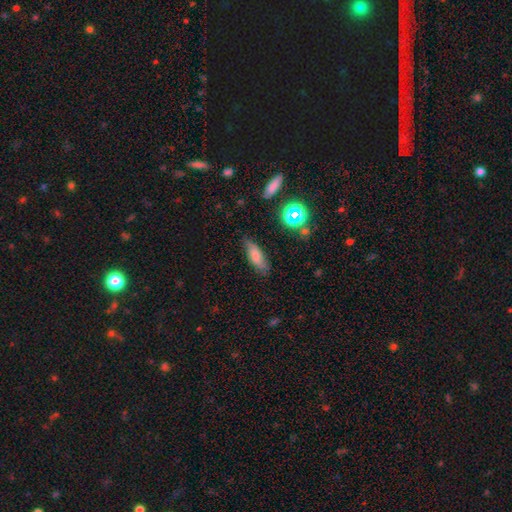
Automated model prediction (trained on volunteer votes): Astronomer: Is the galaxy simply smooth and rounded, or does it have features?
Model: smooth — 70%.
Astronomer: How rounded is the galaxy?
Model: in between — 62%.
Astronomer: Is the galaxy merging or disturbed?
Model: none — 75%.